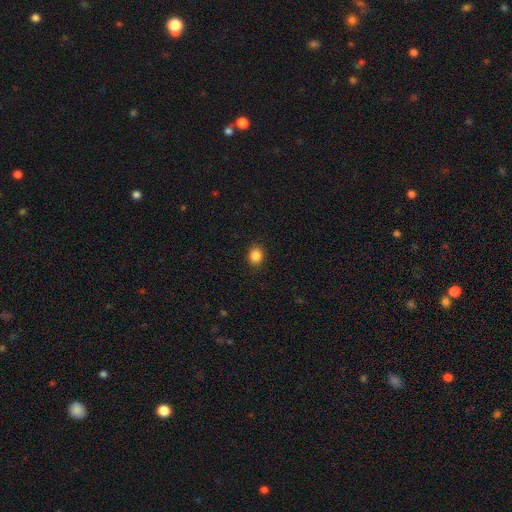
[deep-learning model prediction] Smooth or featured?
  - smooth: 86% *
  - star or artifact: 10%
  - featured or disk: 4%
How rounded?
  - round: 69% *
  - in between: 30%
  - cigar-shaped: 1%
Merging?
  - none: 90% *
  - minor disturbance: 7%
  - major disturbance: 2%
  - merger: 1%